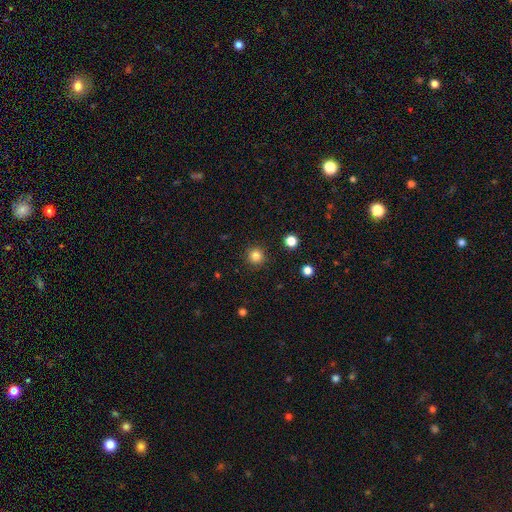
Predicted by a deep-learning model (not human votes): Smooth or featured? Predicted: smooth (p=0.83). How rounded? Predicted: round (p=0.95). Merging? Predicted: none (p=0.92).